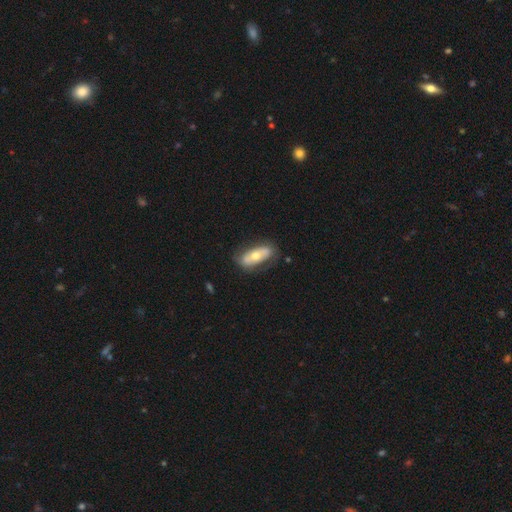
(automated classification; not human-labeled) smooth 50%, featured or disk 45%, star or artifact 6%. Down the decision tree: merging — none (73%).